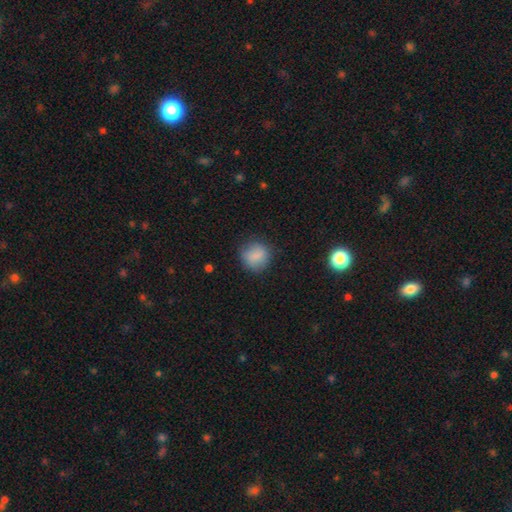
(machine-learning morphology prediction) Q: Smooth or featured?
A: smooth (85%); runner-up: star or artifact (9%)
Q: How rounded?
A: round (83%); runner-up: in between (16%)
Q: Merging?
A: none (81%); runner-up: minor disturbance (14%)